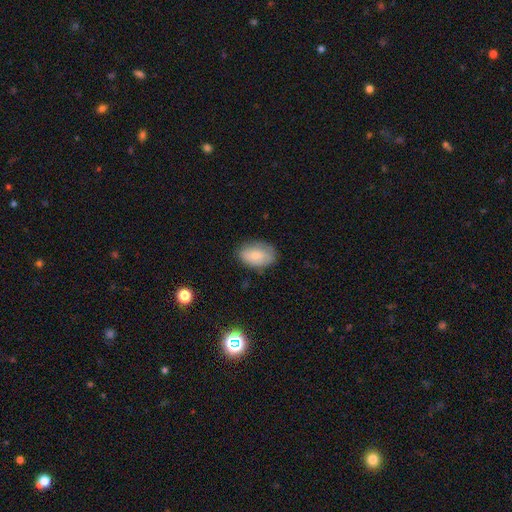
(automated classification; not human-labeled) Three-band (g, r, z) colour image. It shows a smooth galaxy with no disk features (77%) that is in between round and cigar-shaped (88%). Merging: none (75%).